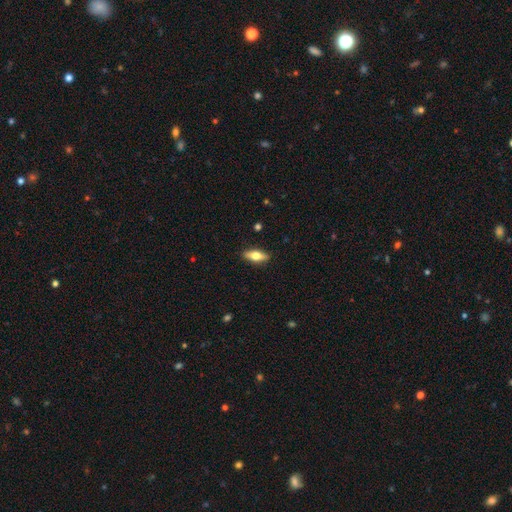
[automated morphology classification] Smooth or featured?
  - smooth: 60% *
  - featured or disk: 34%
  - star or artifact: 6%
How rounded?
  - in between: 69% *
  - cigar-shaped: 27%
  - round: 3%
Merging?
  - none: 89% *
  - minor disturbance: 8%
  - major disturbance: 2%
  - merger: 1%